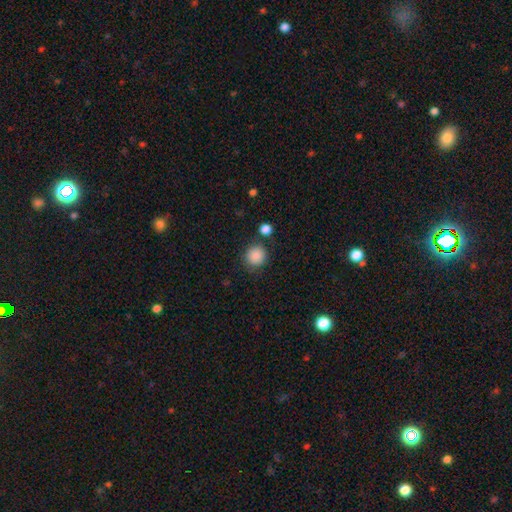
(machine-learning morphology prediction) Smooth or featured? Predicted: smooth (p=0.88). How rounded? Predicted: round (p=0.89). Merging? Predicted: none (p=0.80).